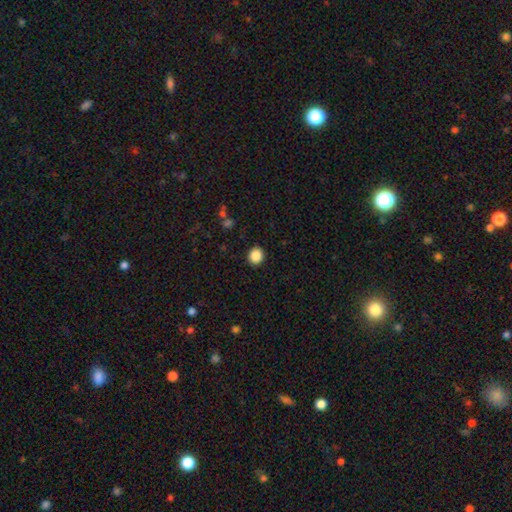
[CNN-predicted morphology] Q: Smooth or featured?
A: smooth (87%); runner-up: star or artifact (10%)
Q: How rounded?
A: round (83%); runner-up: in between (16%)
Q: Merging?
A: none (92%); runner-up: minor disturbance (5%)